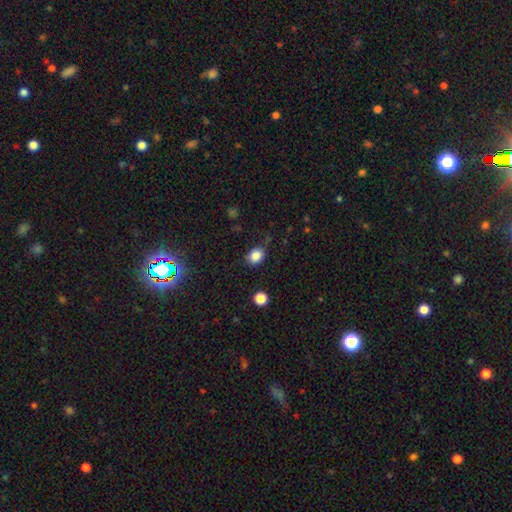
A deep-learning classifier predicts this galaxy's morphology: smooth 85%, star or artifact 11%, featured or disk 5%. Down the decision tree: how rounded — in between (51%); merging — none (74%).